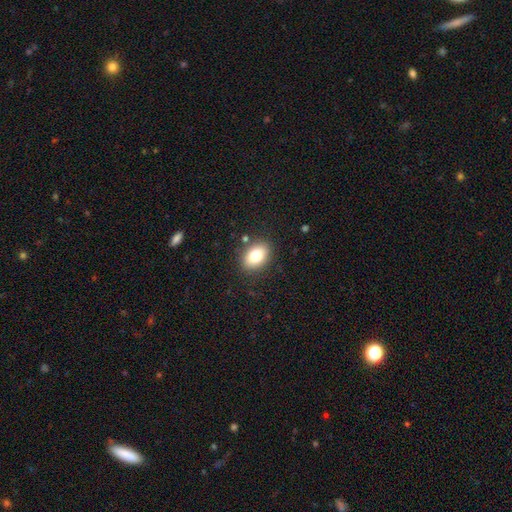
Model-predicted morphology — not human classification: Smooth or featured? Predicted: smooth (p=0.79). How rounded? Predicted: in between (p=0.79). Merging? Predicted: none (p=0.85).